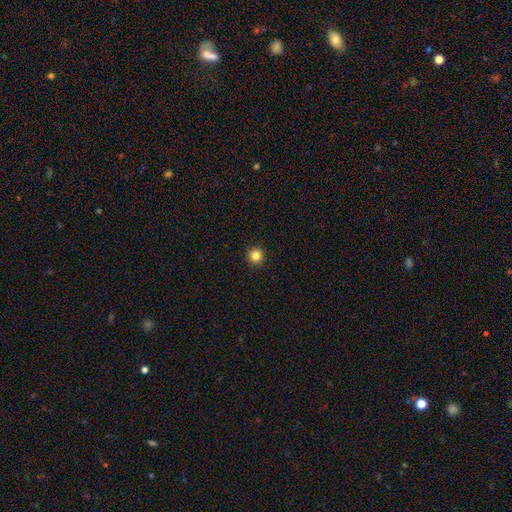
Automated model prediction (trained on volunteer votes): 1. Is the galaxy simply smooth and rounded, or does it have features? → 84% smooth, 12% star or artifact, 4% featured or disk.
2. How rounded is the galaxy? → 96% round, 3% in between, 1% cigar-shaped.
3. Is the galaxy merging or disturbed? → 94% none, 4% minor disturbance, 1% major disturbance, 1% merger.